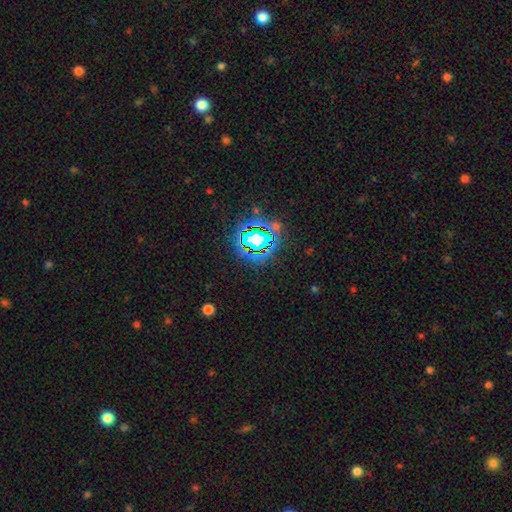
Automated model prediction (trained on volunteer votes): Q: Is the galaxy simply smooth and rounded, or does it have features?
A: star or artifact — 80%.